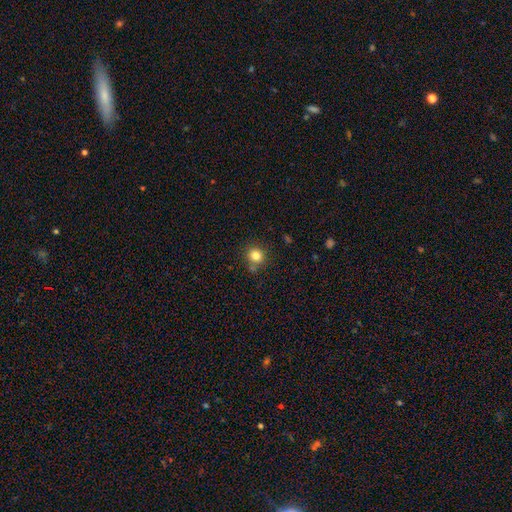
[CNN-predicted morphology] Smooth or featured: smooth — 82% (star or artifact — 12%)
How rounded: round — 86% (in between — 13%)
Merging: none — 77% (minor disturbance — 11%)